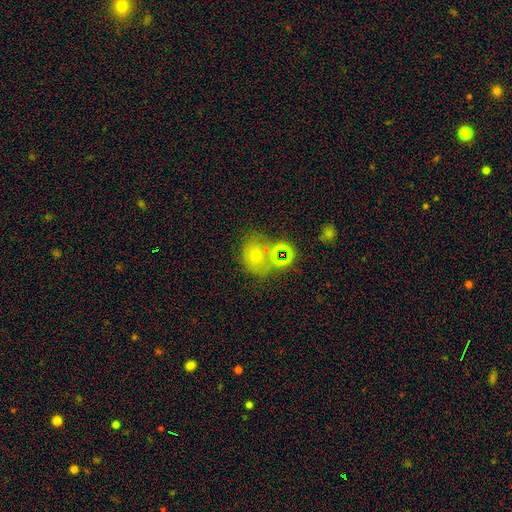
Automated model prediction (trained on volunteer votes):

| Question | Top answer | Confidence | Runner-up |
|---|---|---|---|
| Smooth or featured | smooth | 55% | star or artifact (25%) |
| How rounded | round | 53% | in between (45%) |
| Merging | none | 48% | merger (28%) |